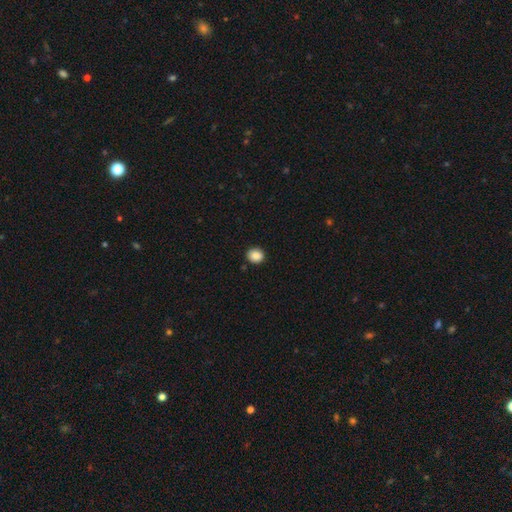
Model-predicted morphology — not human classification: This appears to be a smooth galaxy with no disk features (88%) that is round (81%). Merging: none (91%).